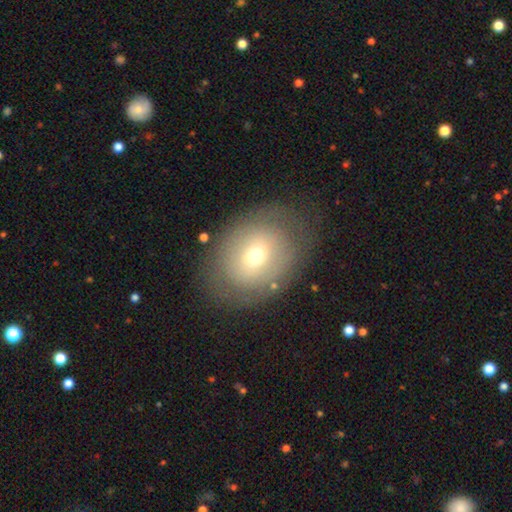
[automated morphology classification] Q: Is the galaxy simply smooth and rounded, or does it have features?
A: smooth — 55%.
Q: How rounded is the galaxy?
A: in between — 61%.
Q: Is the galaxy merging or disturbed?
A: none — 78%.